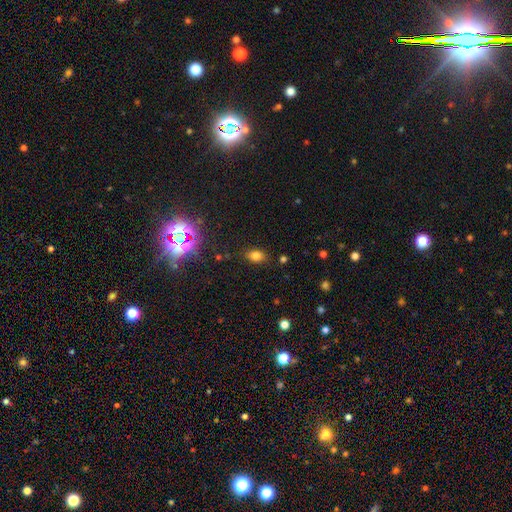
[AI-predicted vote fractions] This appears to be a smooth galaxy with no disk features (74%) that is in between round and cigar-shaped (78%). Merging: none (82%).